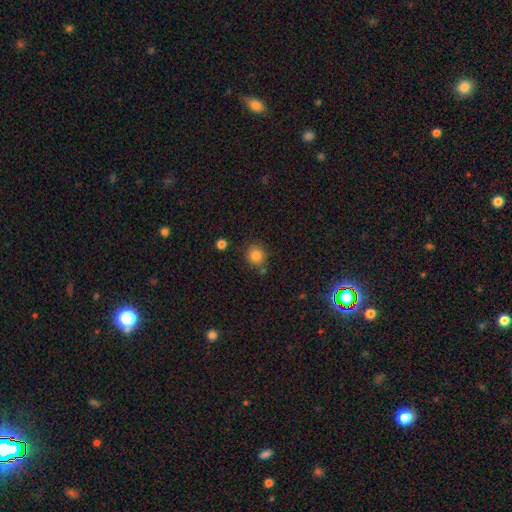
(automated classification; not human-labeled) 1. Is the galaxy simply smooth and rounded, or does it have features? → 83% smooth, 11% star or artifact, 6% featured or disk.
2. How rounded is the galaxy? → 88% round, 11% in between, 1% cigar-shaped.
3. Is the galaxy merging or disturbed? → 79% none, 12% minor disturbance, 7% merger, 3% major disturbance.